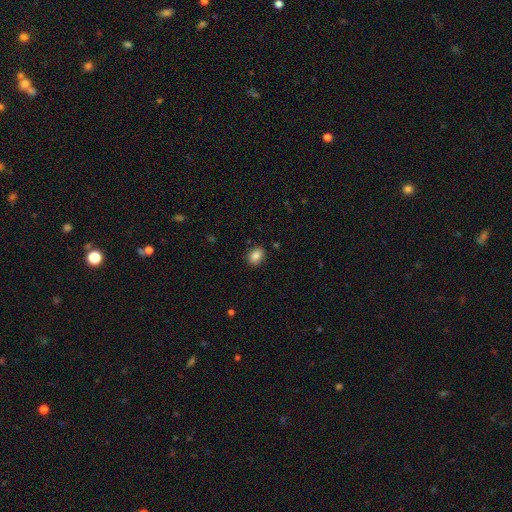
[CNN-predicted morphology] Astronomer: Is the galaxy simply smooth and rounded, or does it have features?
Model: smooth — 86%.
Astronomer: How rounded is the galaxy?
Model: in between — 66%.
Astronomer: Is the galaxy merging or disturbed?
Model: none — 88%.